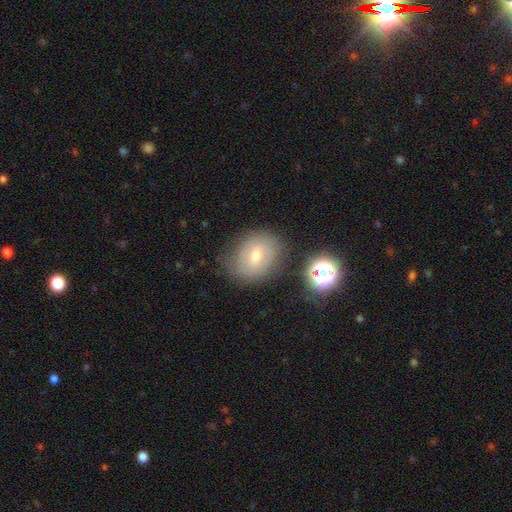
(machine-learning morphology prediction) This appears to be a smooth galaxy with no disk features (56%) that is in between round and cigar-shaped (51%). Merging: none (72%).